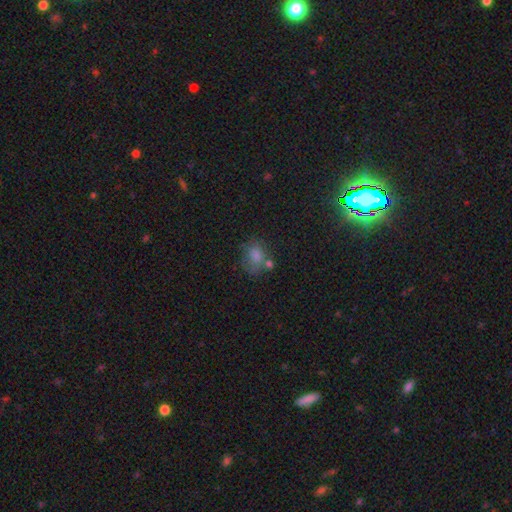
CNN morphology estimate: A smooth galaxy with no disk features (73%) that is in between round and cigar-shaped (52%). Merging: none (45%).